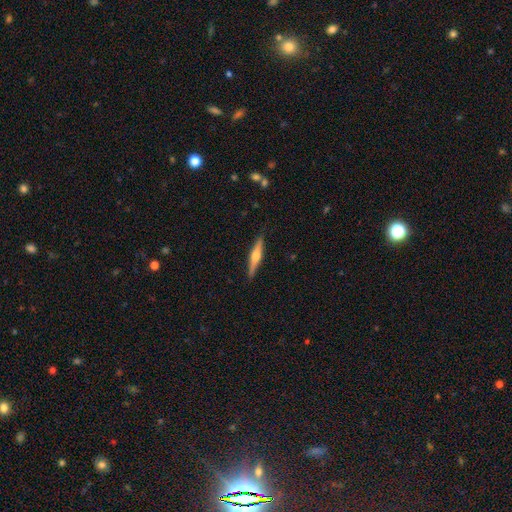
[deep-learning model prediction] smooth-or-featured: featured or disk: 63% | smooth: 31% | star or artifact: 6%
  disk-edge-on: yes: 97% | no: 3%
    edge-on-bulge: rounded: 85% | boxy: 10% | none: 5%
  merging: none: 90% | minor disturbance: 8% | major disturbance: 2% | merger: 1%